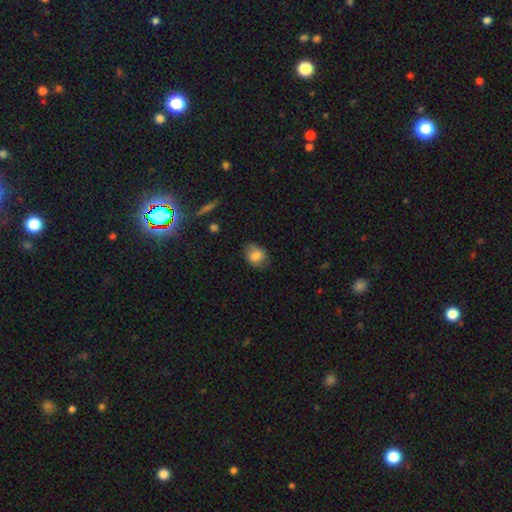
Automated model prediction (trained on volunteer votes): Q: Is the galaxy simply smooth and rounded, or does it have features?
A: smooth — 80%.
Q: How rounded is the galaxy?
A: in between — 58%.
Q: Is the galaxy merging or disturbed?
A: none — 75%.